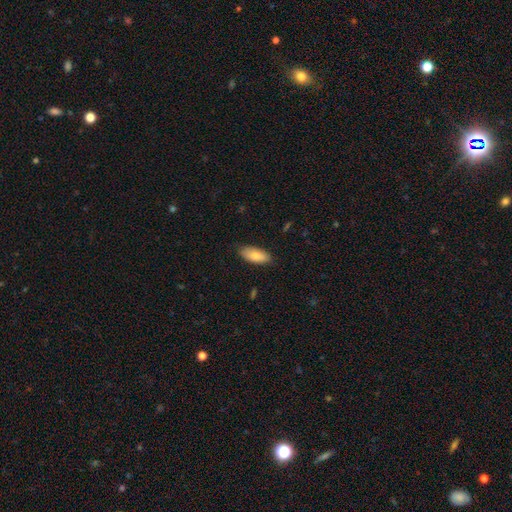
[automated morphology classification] smooth 81%, featured or disk 12%, star or artifact 6%. Down the decision tree: how rounded — in between (87%); merging — none (82%).